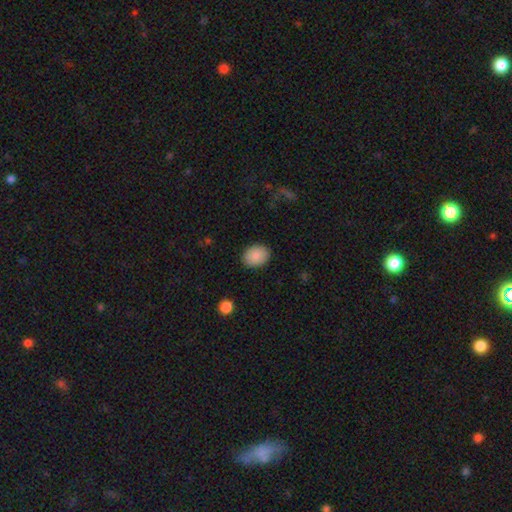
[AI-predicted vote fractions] This is clearly a smooth galaxy (89%). How rounded: likely in between (67%). Merging: clearly none (88%).